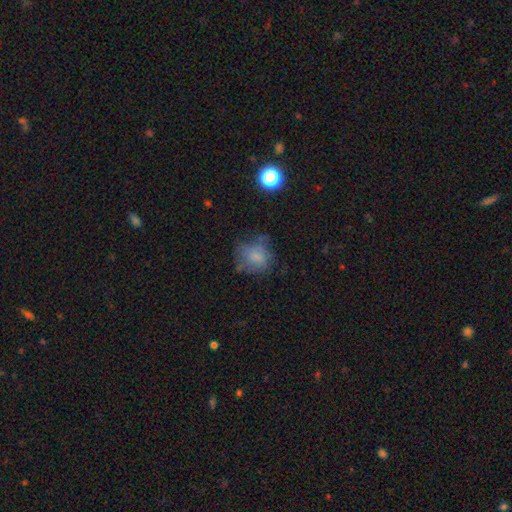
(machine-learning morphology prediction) A smooth galaxy with no disk features (60%) that is round (69%).

Vote fractions:
- Smooth or featured? smooth: 60% / featured or disk: 26% / star or artifact: 14%
- How rounded? round: 69% / in between: 30% / cigar-shaped: 1%
- Merging? none: 50% / minor disturbance: 26% / major disturbance: 21% / merger: 3%